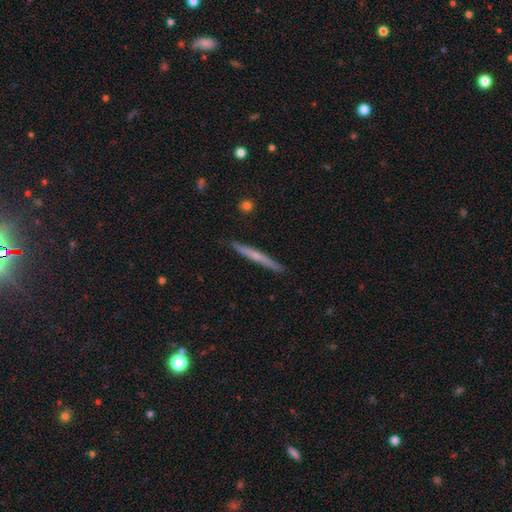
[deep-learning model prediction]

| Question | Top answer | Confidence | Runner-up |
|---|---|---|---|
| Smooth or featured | featured or disk | 56% | smooth (38%) |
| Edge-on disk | yes | 97% | no (3%) |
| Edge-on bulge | none | 54% | rounded (41%) |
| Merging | none | 90% | minor disturbance (8%) |